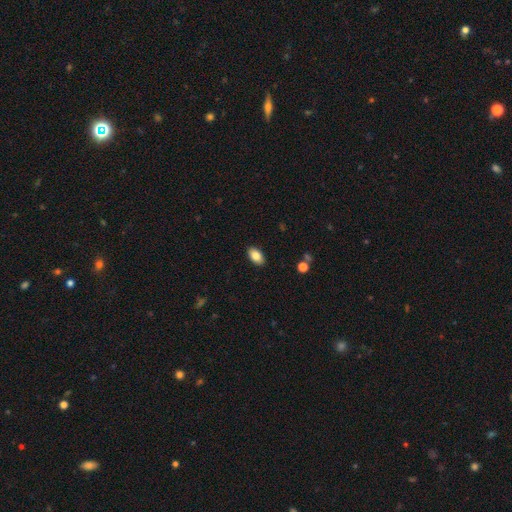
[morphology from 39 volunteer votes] This appears to be a smooth galaxy with no disk features (82%) that is in between round and cigar-shaped (88%). Merging: none (95%).